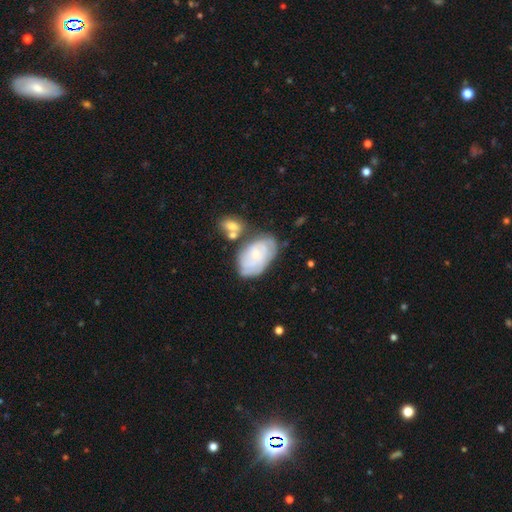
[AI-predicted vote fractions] Smooth or featured: featured or disk — 62% (smooth — 31%)
Edge-on disk: no — 95% (yes — 5%)
Bar: no — 78% (weak — 19%)
Spiral arms: yes — 81% (no — 19%)
Bulge size: small — 70% (moderate — 25%)
Merging: none — 60% (minor disturbance — 21%)